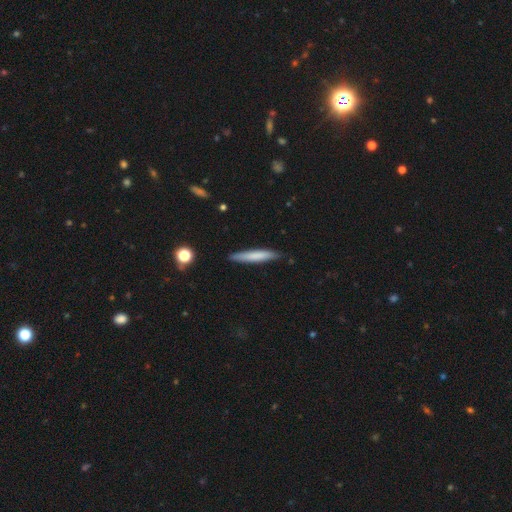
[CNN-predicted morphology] Smooth or featured? Predicted: smooth (p=0.71). How rounded? Predicted: cigar-shaped (p=0.93). Merging? Predicted: none (p=0.86).